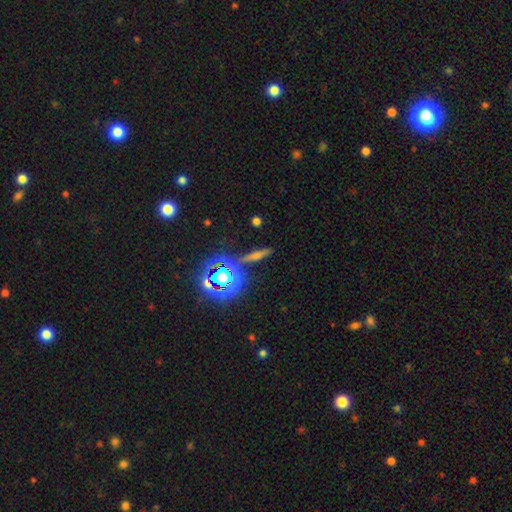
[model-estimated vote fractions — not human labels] Smooth or featured? smooth (41%)
Merging? none (80%)